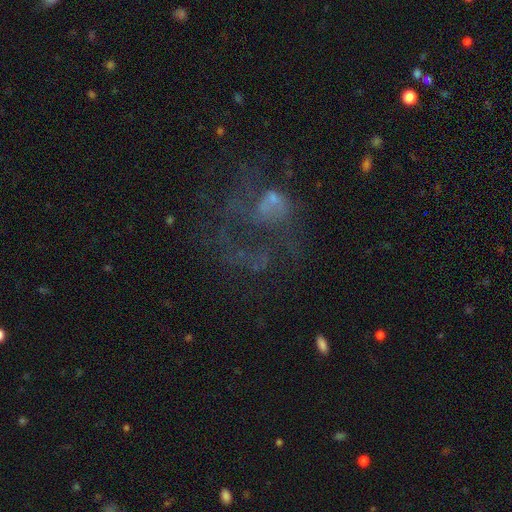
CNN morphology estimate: Overall: featured or disk (57%; star or artifact 27%). Edge-on disk: no (97%). Bar: no (78%). Spiral arms: yes (52%; no 48%). Bulge size: none (41%; small 33%). Merging: major disturbance (41%; none 39%).